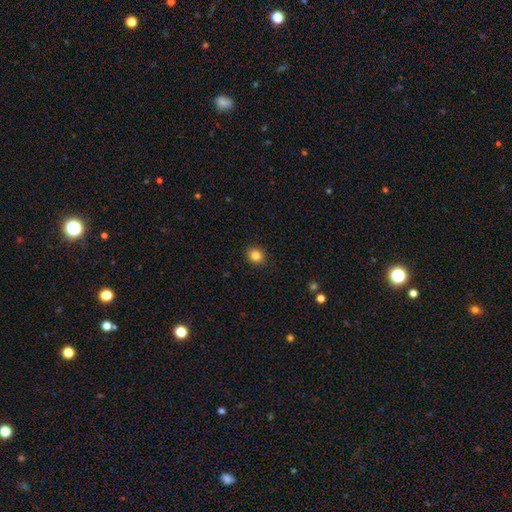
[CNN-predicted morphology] smooth 84%, star or artifact 11%, featured or disk 5%. Down the decision tree: how rounded — round (81%); merging — none (91%).